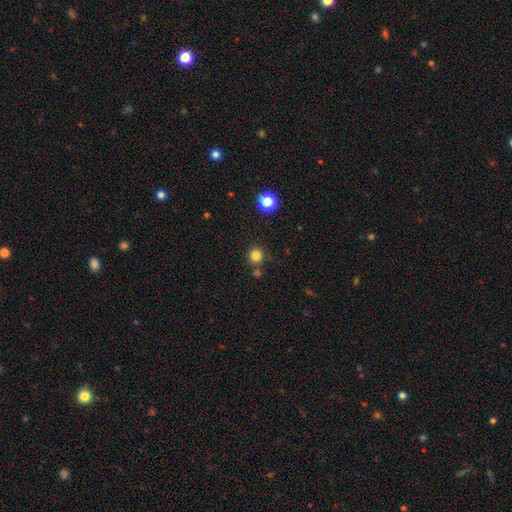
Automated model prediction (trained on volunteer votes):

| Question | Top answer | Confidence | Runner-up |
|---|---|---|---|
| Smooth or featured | smooth | 82% | star or artifact (13%) |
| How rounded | round | 94% | in between (6%) |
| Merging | none | 83% | minor disturbance (7%) |